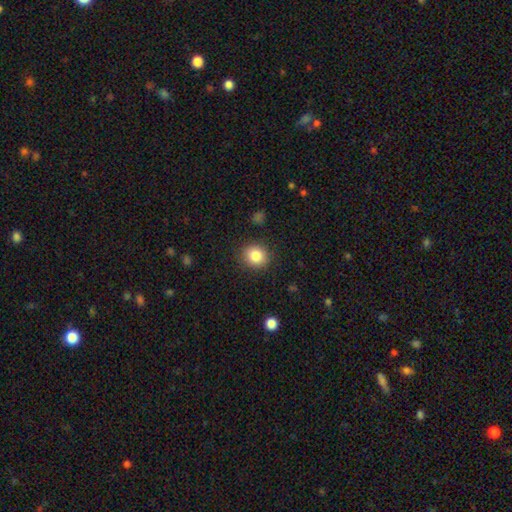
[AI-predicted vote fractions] Smooth or featured?
  - smooth: 85% *
  - star or artifact: 9%
  - featured or disk: 6%
How rounded?
  - round: 80% *
  - in between: 19%
  - cigar-shaped: 1%
Merging?
  - none: 88% *
  - minor disturbance: 8%
  - major disturbance: 3%
  - merger: 1%